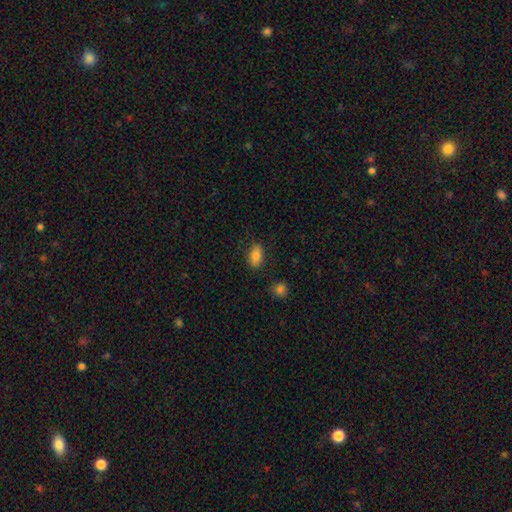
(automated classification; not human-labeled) smooth-or-featured: smooth: 85% | star or artifact: 9% | featured or disk: 7%
  how-rounded: in between: 90% | round: 7% | cigar-shaped: 3%
  merging: none: 83% | minor disturbance: 12% | major disturbance: 3% | merger: 2%